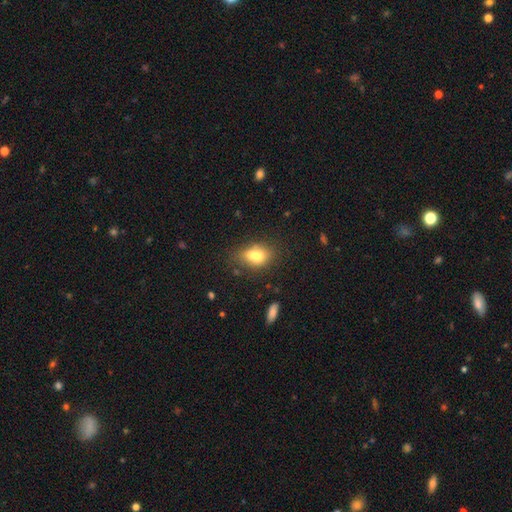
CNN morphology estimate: A smooth galaxy with no disk features (66%) that is in between round and cigar-shaped (64%).

Vote fractions:
- Smooth or featured? smooth: 66% / featured or disk: 23% / star or artifact: 11%
- How rounded? in between: 64% / round: 33% / cigar-shaped: 2%
- Merging? merger: 50% / none: 34% / minor disturbance: 11% / major disturbance: 5%